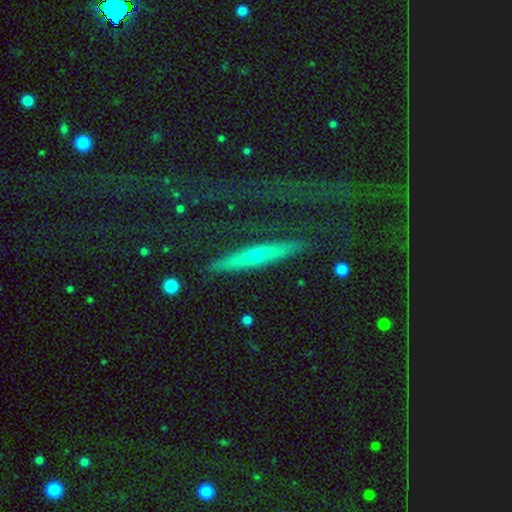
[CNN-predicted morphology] featured or disk 59%, smooth 29%, star or artifact 12%. Down the decision tree: edge-on disk — yes (86%); edge-on bulge — rounded (77%); merging — none (70%).